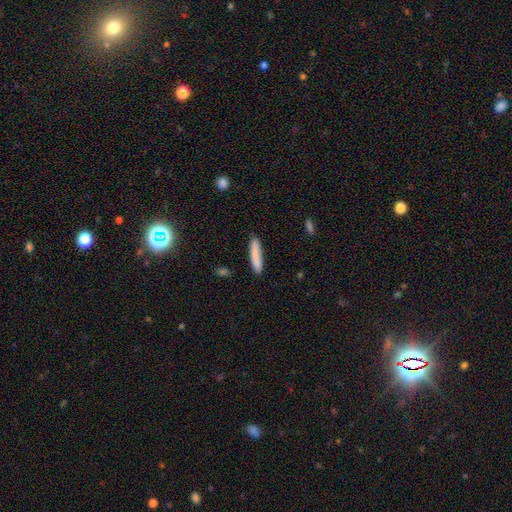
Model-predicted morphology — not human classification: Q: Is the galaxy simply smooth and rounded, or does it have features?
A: smooth — 85%.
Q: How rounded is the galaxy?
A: cigar-shaped — 88%.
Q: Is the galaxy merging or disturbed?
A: none — 87%.